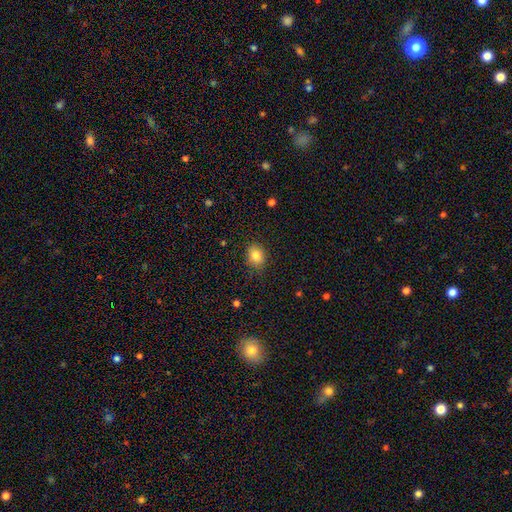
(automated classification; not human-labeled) Smooth or featured? smooth (83%)
How rounded? round (51%)
Merging? none (84%)